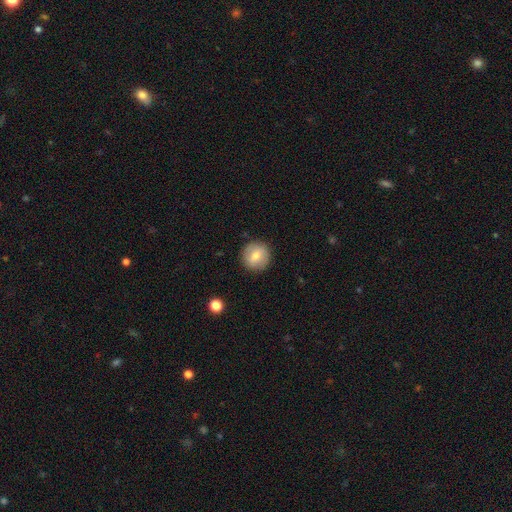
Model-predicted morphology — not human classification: Smooth or featured? Predicted: smooth (p=0.70). How rounded? Predicted: round (p=0.93). Merging? Predicted: none (p=0.89).